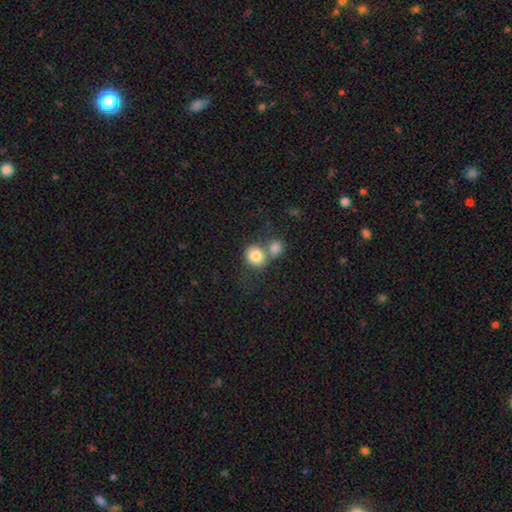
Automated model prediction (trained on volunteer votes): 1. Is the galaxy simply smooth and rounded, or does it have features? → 82% smooth, 9% star or artifact, 9% featured or disk.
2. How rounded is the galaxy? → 80% round, 19% in between, 1% cigar-shaped.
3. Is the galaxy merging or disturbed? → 46% merger, 42% none, 8% minor disturbance, 4% major disturbance.